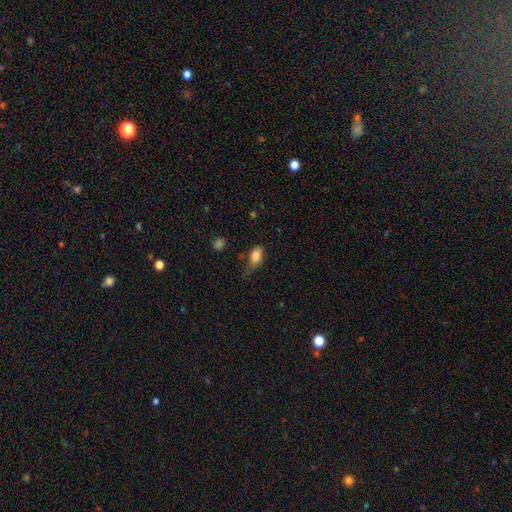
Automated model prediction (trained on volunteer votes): Smooth or featured? Predicted: smooth (p=0.84). How rounded? Predicted: in between (p=0.88). Merging? Predicted: none (p=0.41).